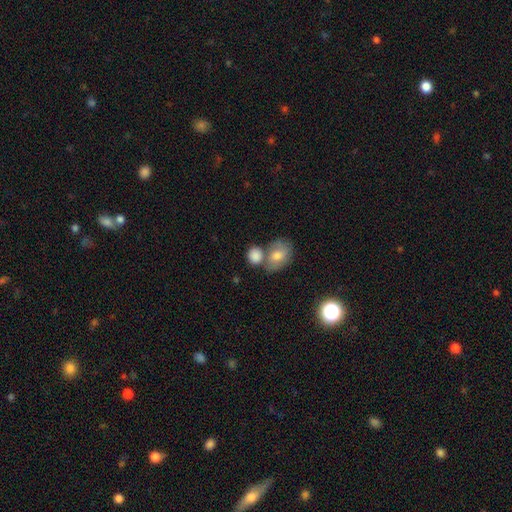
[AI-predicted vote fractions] The model was most divided on "merging": merger: 42%, none: 41%, minor disturbance: 13%, major disturbance: 5%. More confident: smooth or featured — smooth (83%); how rounded — round (55%).